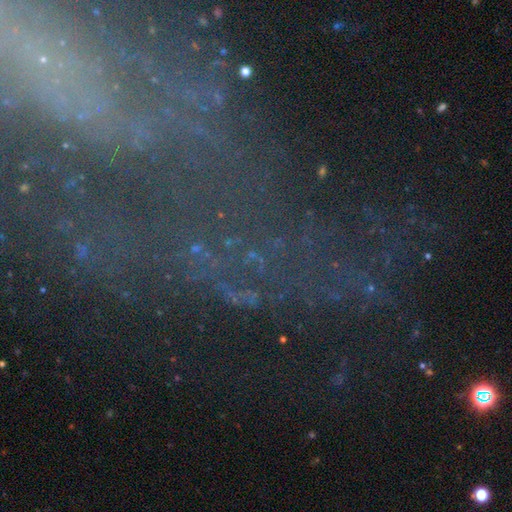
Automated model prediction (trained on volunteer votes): Morphology: type=star or artifact (47%).